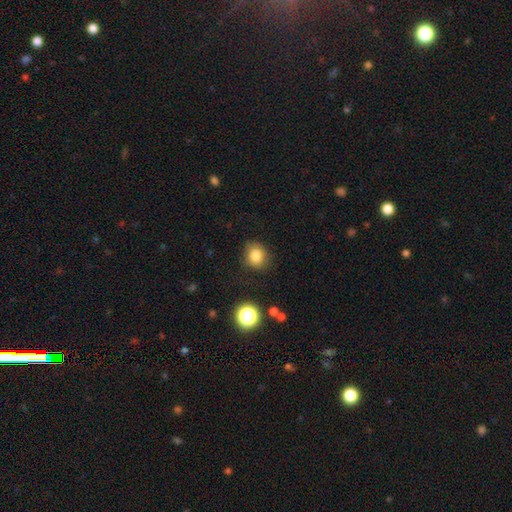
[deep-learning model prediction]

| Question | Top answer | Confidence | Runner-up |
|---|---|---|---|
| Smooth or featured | smooth | 82% | star or artifact (12%) |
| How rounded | round | 74% | in between (25%) |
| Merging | none | 80% | minor disturbance (14%) |